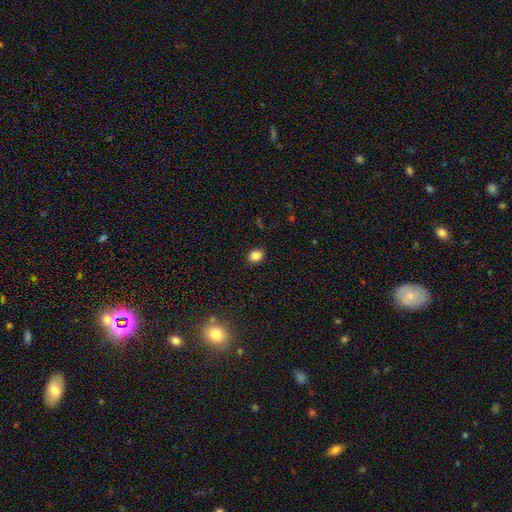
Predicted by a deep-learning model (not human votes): Smooth or featured: smooth — 85% (star or artifact — 11%)
How rounded: round — 56% (in between — 43%)
Merging: none — 90% (minor disturbance — 7%)